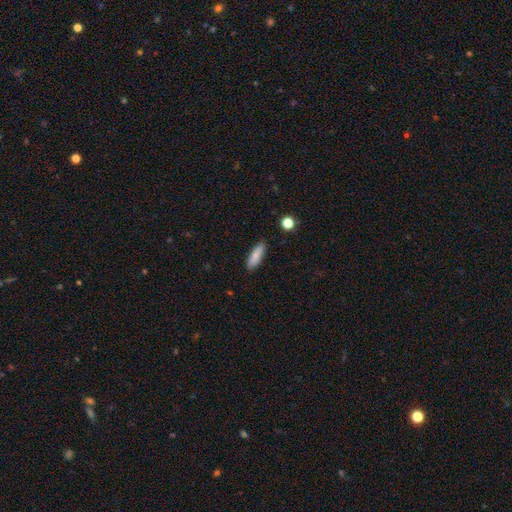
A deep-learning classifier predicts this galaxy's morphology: smooth_or_featured: smooth (p=0.84) [alt: featured or disk p=0.09]
how_rounded: cigar-shaped (p=0.50) [alt: in between p=0.48]
merging: none (p=0.87) [alt: minor disturbance p=0.09]